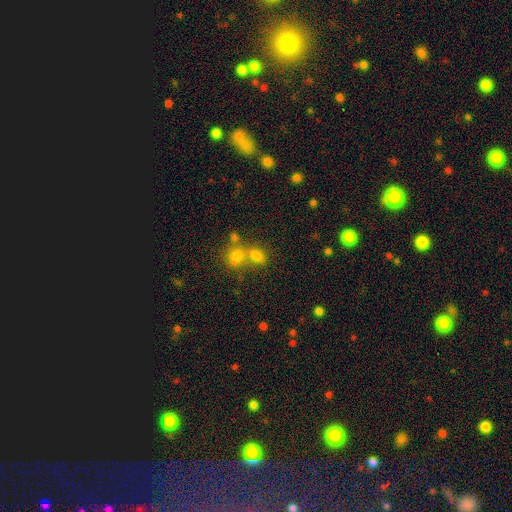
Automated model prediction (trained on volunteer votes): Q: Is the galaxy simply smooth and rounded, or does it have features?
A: smooth — 69%.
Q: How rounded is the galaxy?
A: in between — 53%.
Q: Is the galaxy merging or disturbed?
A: merger — 50%.